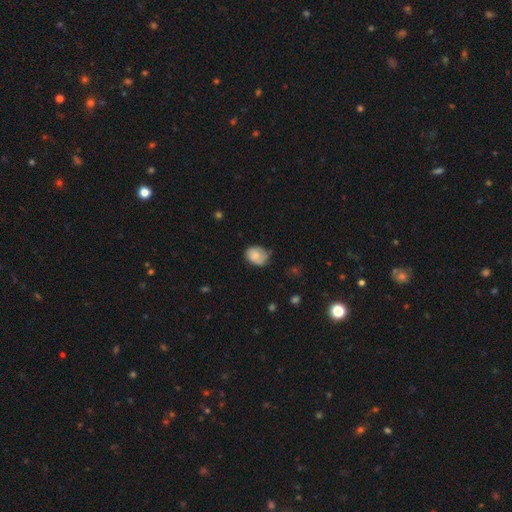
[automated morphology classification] This is likely a smooth galaxy (71%). How rounded: possibly in between (59%). Merging: possibly none (52%).